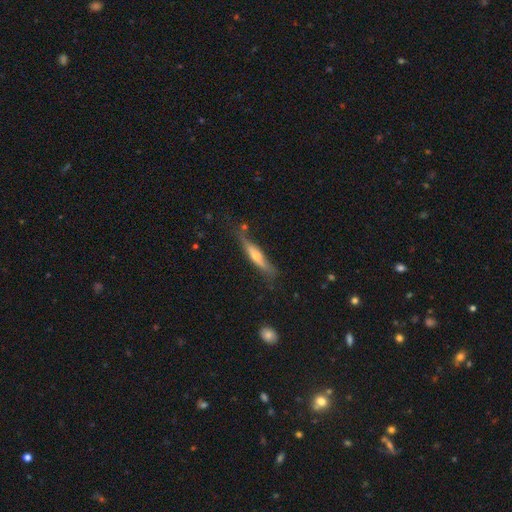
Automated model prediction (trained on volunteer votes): featured or disk 59%, smooth 34%, star or artifact 7%. Down the decision tree: edge-on disk — yes (93%); edge-on bulge — rounded (80%); merging — none (73%).